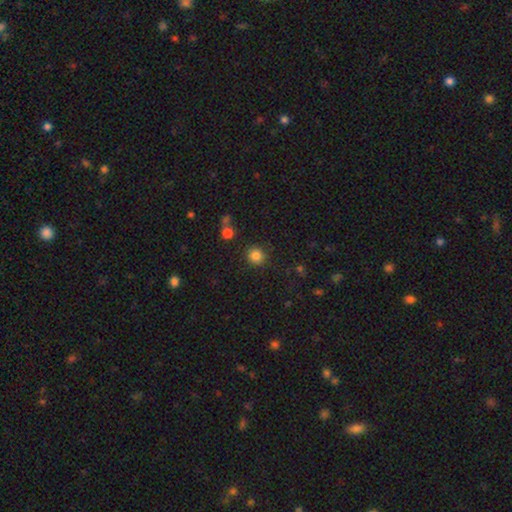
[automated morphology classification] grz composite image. It shows a smooth galaxy with no disk features (83%) that is round (92%). Merging: none (87%).